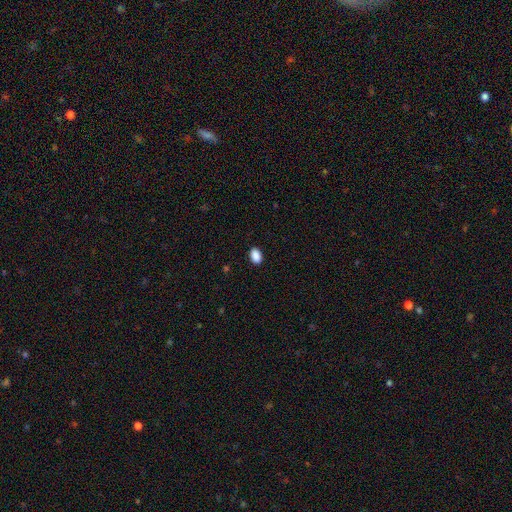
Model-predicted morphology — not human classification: Smooth or featured: smooth — 89% (star or artifact — 8%)
How rounded: in between — 85% (round — 13%)
Merging: none — 88% (minor disturbance — 9%)